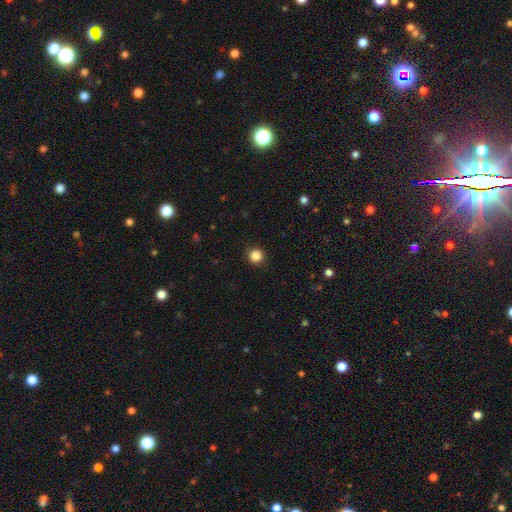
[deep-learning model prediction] The model was most divided on "smooth or featured": smooth: 85%, star or artifact: 11%, featured or disk: 3%. More confident: how rounded — round (93%); merging — none (91%).